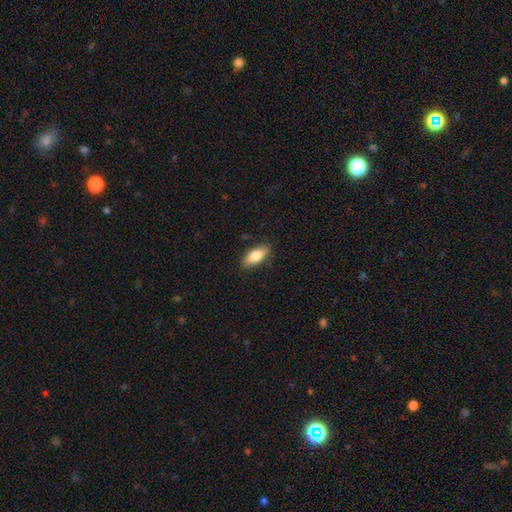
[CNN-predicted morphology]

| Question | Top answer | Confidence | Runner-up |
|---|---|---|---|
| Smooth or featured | smooth | 79% | featured or disk (15%) |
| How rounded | in between | 83% | cigar-shaped (15%) |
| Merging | none | 86% | minor disturbance (10%) |